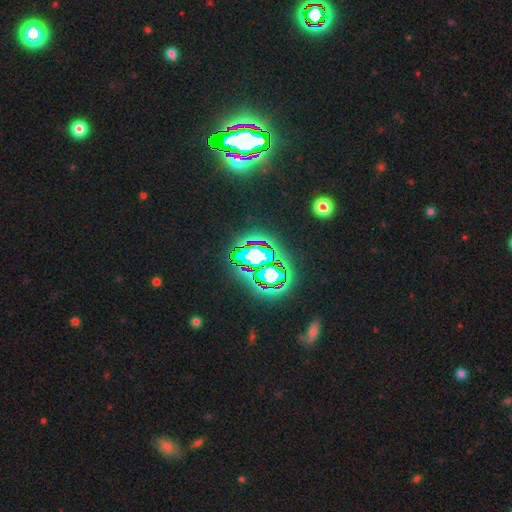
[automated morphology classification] Overall: star or artifact (71%).